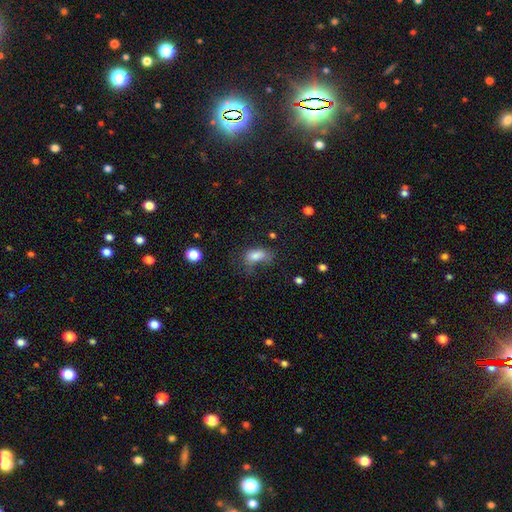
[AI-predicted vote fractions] Overall: smooth (77%). How rounded: in between (85%). Merging: major disturbance (35%; none 32%).